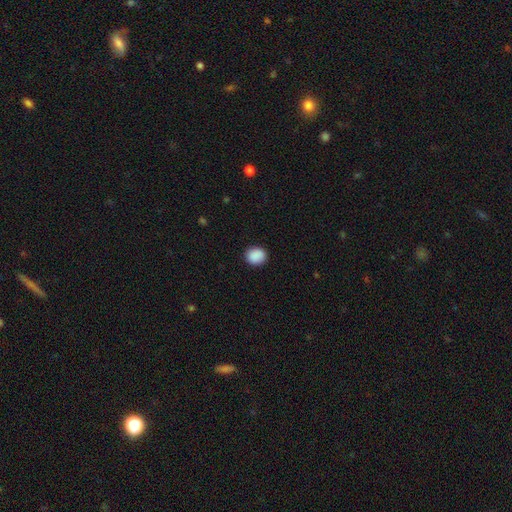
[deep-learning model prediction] Morphology: type=smooth (90%); roundness=round (68%); merging=none (90%).